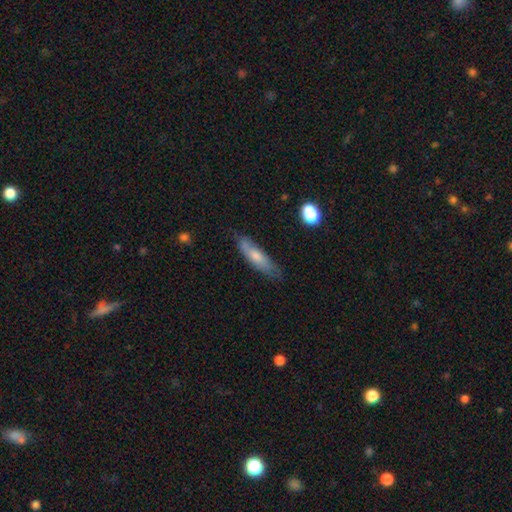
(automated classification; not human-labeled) Overall: smooth (59%; featured or disk 34%). How rounded: cigar-shaped (70%). Merging: none (73%).